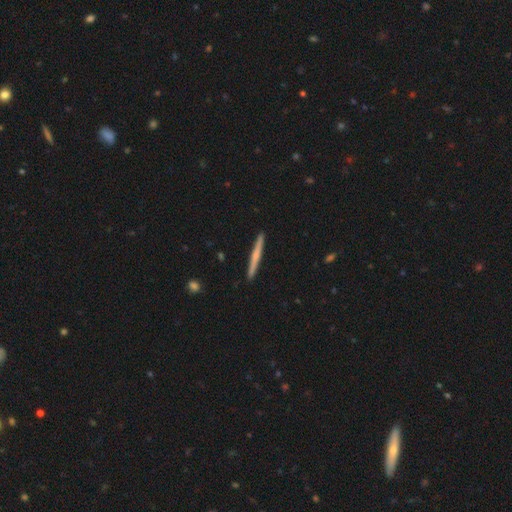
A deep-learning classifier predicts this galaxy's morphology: A smooth galaxy with no disk features (50%) that is cigar-shaped (97%).

Vote fractions:
- Smooth or featured? smooth: 50% / featured or disk: 44% / star or artifact: 5%
- How rounded? cigar-shaped: 97% / in between: 2% / round: 1%
- Merging? none: 93% / minor disturbance: 5% / merger: 1% / major disturbance: 1%